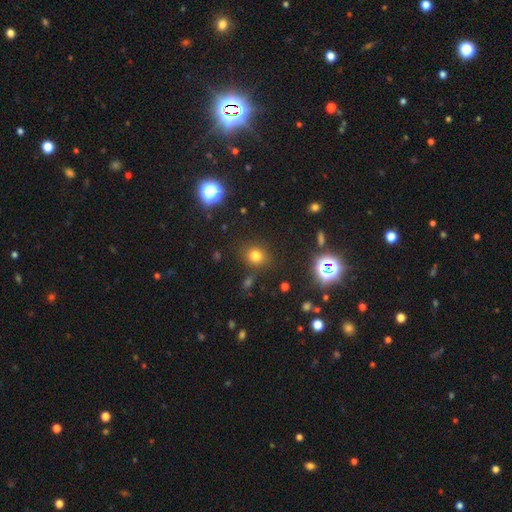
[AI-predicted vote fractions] smooth-or-featured: smooth: 73% | star or artifact: 20% | featured or disk: 7%
  how-rounded: round: 73% | in between: 26% | cigar-shaped: 1%
  merging: none: 82% | minor disturbance: 10% | major disturbance: 4% | merger: 4%